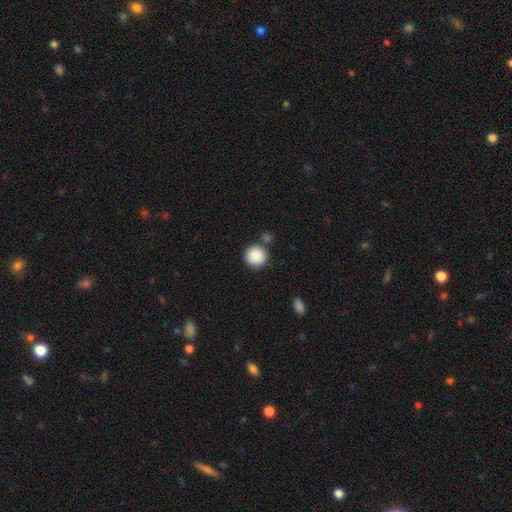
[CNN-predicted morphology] Smooth or featured? smooth (89%)
How rounded? round (95%)
Merging? none (77%)